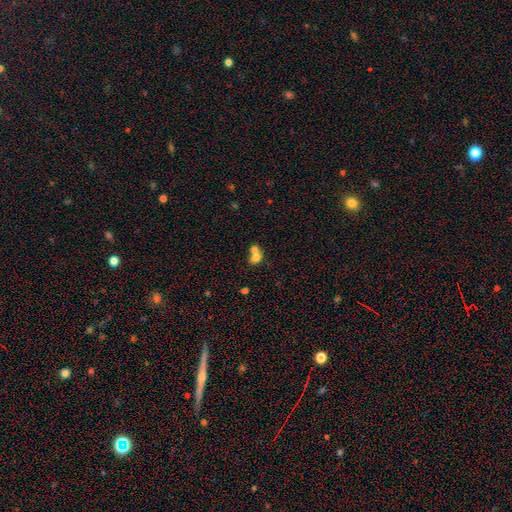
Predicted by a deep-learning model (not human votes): This is likely a smooth galaxy (70%). How rounded: possibly round (54%). Merging: likely merger (71%).